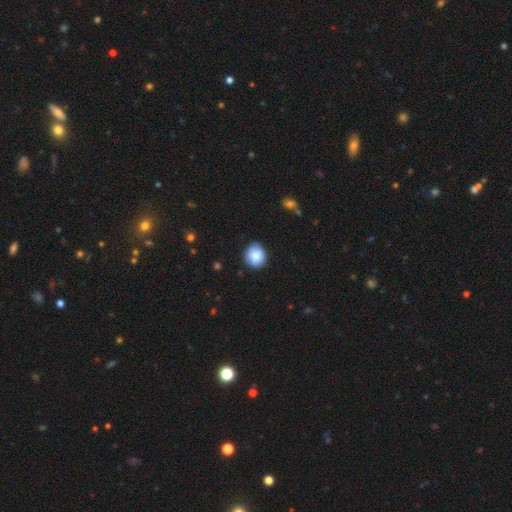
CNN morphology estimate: Overall: smooth (85%). How rounded: round (81%). Merging: none (80%).